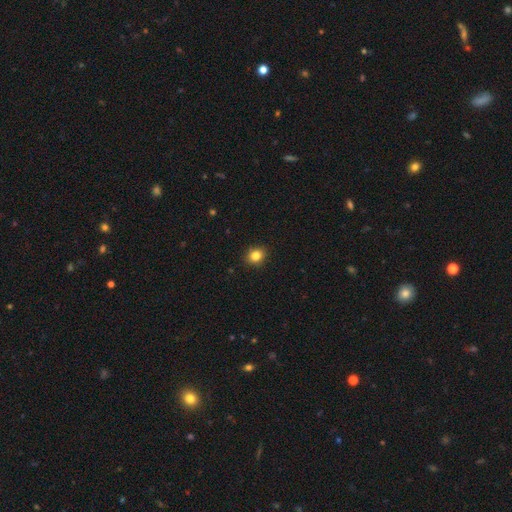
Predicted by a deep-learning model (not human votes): This is clearly a smooth galaxy (83%). How rounded: likely round (71%). Merging: clearly none (91%).